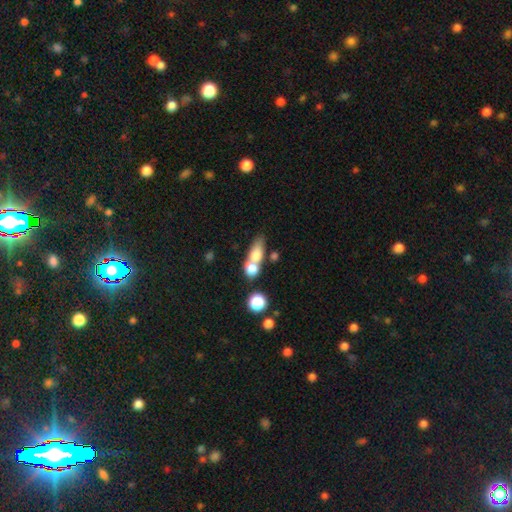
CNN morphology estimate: This is likely a smooth galaxy (72%). How rounded: possibly in between (57%). Merging: possibly merger (57%).